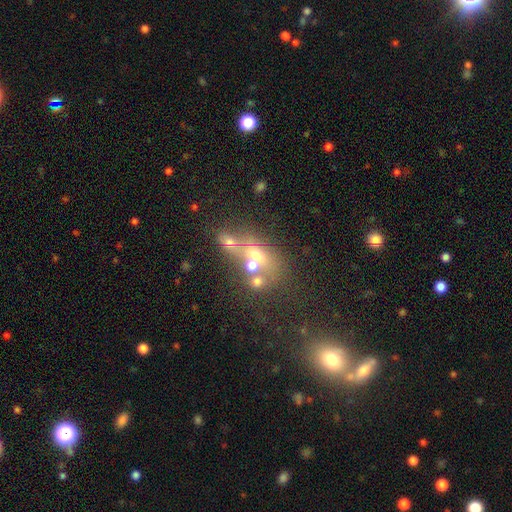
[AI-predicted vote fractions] Smooth or featured?
  - featured or disk: 38% *
  - smooth: 35%
  - star or artifact: 27%
Merging?
  - merger: 44% *
  - none: 33%
  - major disturbance: 13%
  - minor disturbance: 11%